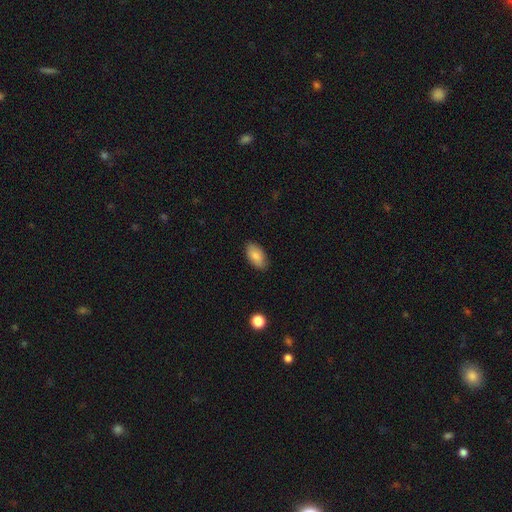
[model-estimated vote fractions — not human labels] This appears to be a smooth galaxy with no disk features (86%) that is in between round and cigar-shaped (94%). Merging: none (86%).